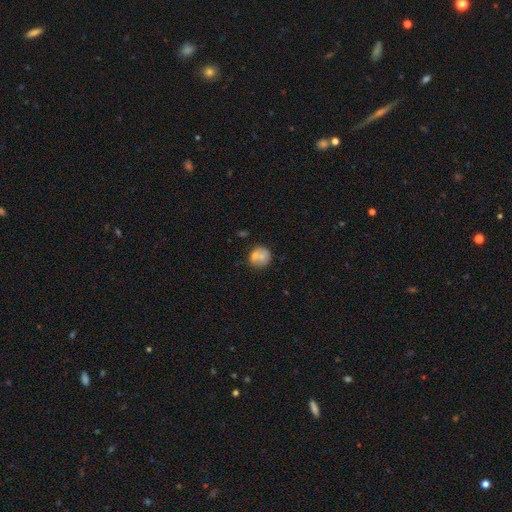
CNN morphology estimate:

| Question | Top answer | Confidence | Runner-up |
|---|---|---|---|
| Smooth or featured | smooth | 65% | featured or disk (27%) |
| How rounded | round | 83% | in between (16%) |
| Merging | none | 56% | merger (24%) |